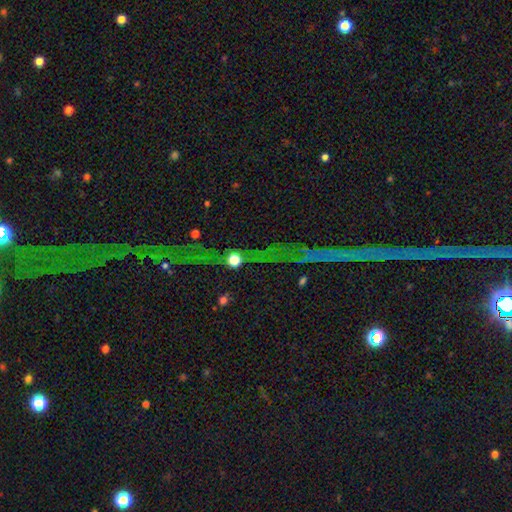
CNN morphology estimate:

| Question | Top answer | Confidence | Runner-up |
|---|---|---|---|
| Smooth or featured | star or artifact | 78% | featured or disk (13%) |